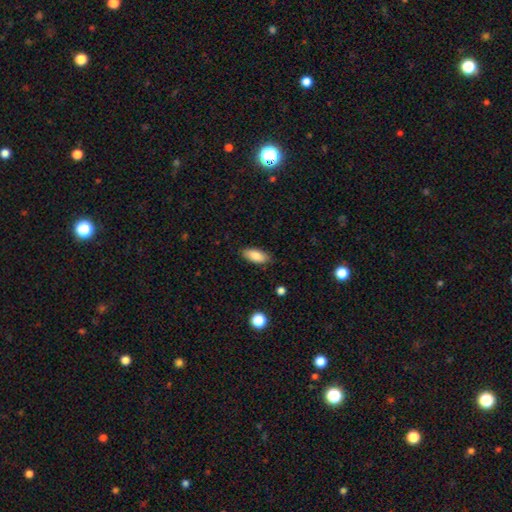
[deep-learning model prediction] smooth_or_featured: smooth (p=0.84) [alt: featured or disk p=0.09]
how_rounded: in between (p=0.88) [alt: cigar-shaped p=0.10]
merging: none (p=0.84) [alt: minor disturbance p=0.13]